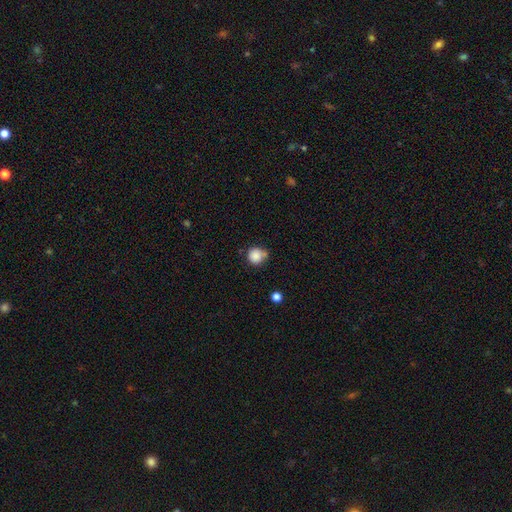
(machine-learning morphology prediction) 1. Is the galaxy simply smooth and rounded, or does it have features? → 86% smooth, 9% star or artifact, 5% featured or disk.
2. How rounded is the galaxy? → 90% round, 9% in between, 1% cigar-shaped.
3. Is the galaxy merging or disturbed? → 62% none, 23% minor disturbance, 10% merger, 5% major disturbance.